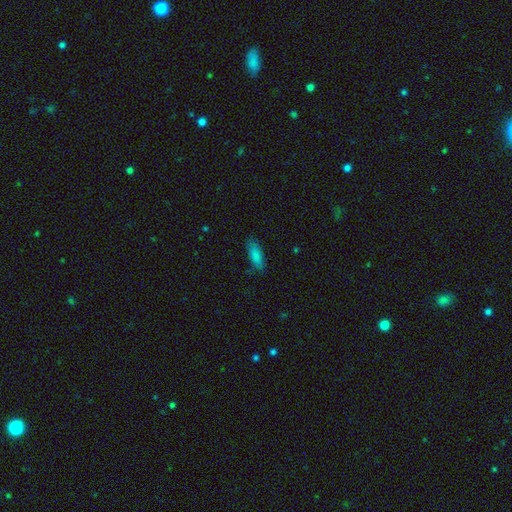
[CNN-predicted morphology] Smooth or featured? Predicted: smooth (p=0.86). How rounded? Predicted: in between (p=0.60). Merging? Predicted: none (p=0.82).